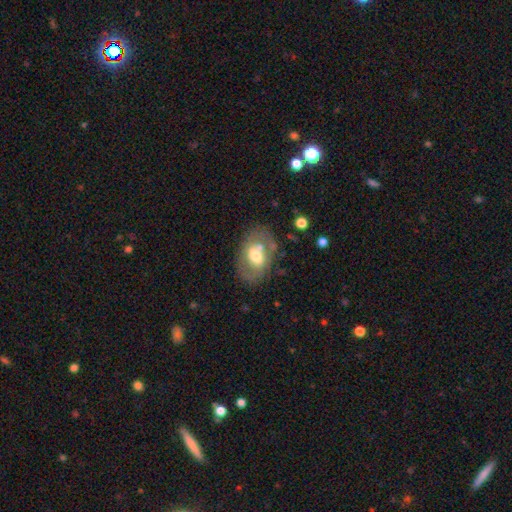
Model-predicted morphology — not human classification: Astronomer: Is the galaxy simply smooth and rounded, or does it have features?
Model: smooth — 47% (runner-up: featured or disk, 46%).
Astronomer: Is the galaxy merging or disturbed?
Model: none — 62%.